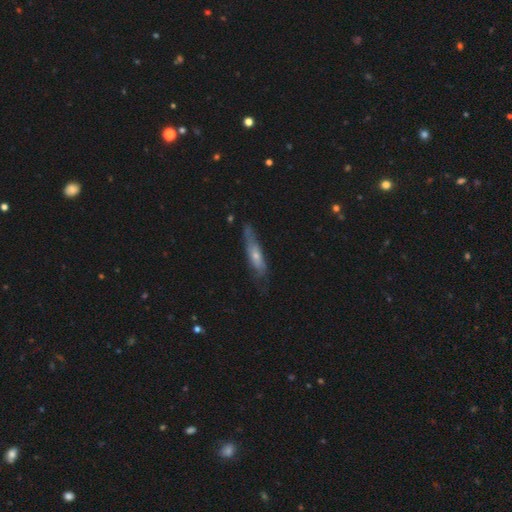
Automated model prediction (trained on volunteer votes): Smooth or featured? Predicted: featured or disk (p=0.47). Merging? Predicted: none (p=0.58).